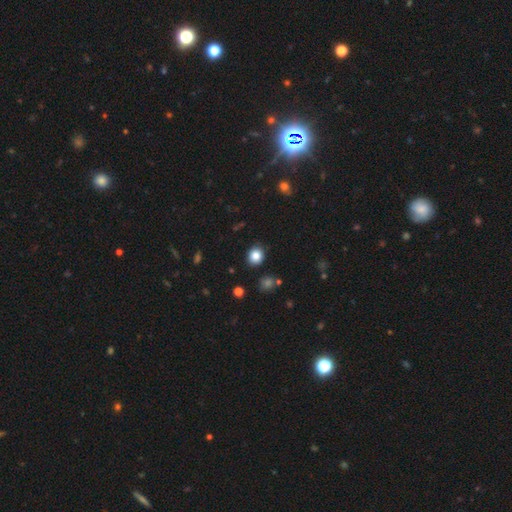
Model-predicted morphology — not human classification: A smooth galaxy with no disk features (84%) that is round (75%).

Vote fractions:
- Smooth or featured? smooth: 84% / star or artifact: 11% / featured or disk: 5%
- How rounded? round: 75% / in between: 24% / cigar-shaped: 1%
- Merging? none: 87% / minor disturbance: 8% / major disturbance: 2% / merger: 2%